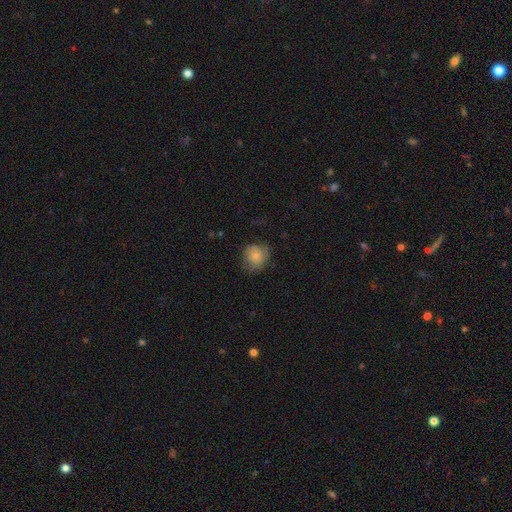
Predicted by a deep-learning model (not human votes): This is clearly a smooth galaxy (80%). How rounded: likely round (78%). Merging: likely none (61%).